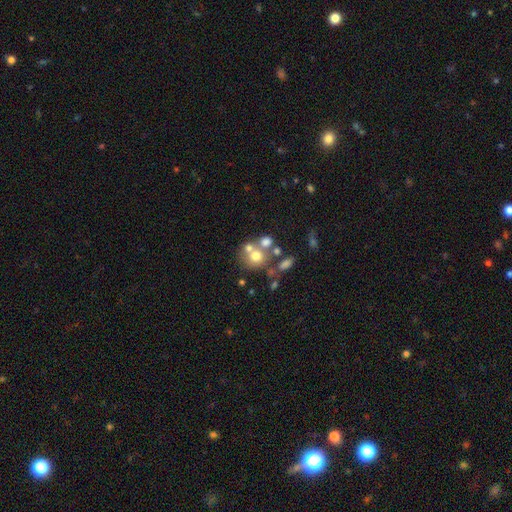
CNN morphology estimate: This appears to be a smooth galaxy with no disk features (61%) that is round (80%). Merging: merger (43%).